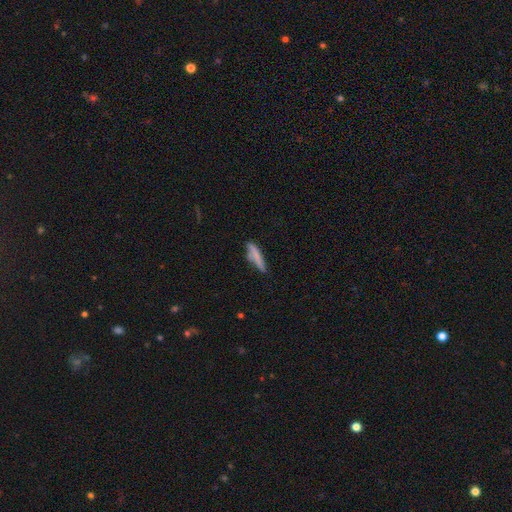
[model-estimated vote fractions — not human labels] A smooth galaxy with no disk features (69%) that is cigar-shaped (87%). Merging: none (60%).